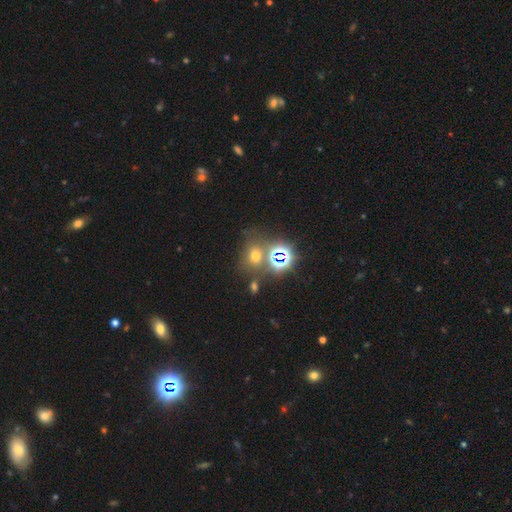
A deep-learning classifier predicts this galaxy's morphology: A smooth galaxy with no disk features (52%) that is round (58%).

Vote fractions:
- Smooth or featured? smooth: 52% / star or artifact: 38% / featured or disk: 10%
- How rounded? round: 58% / in between: 41% / cigar-shaped: 1%
- Merging? none: 60% / merger: 20% / minor disturbance: 13% / major disturbance: 7%